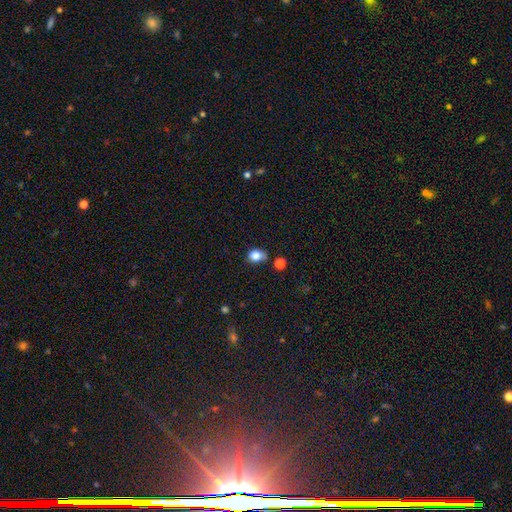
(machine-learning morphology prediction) A smooth galaxy with no disk features (82%) that is round (51%). Merging: none (57%).